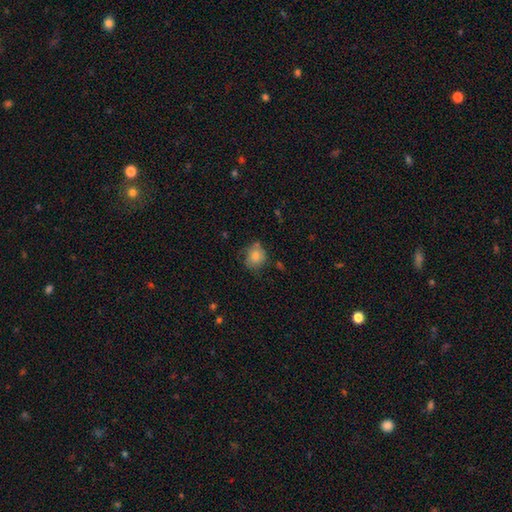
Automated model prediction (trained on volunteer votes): A smooth galaxy with no disk features (78%) that is round (74%).

Vote fractions:
- Smooth or featured? smooth: 78% / featured or disk: 13% / star or artifact: 9%
- How rounded? round: 74% / in between: 25% / cigar-shaped: 1%
- Merging? none: 60% / minor disturbance: 27% / major disturbance: 9% / merger: 5%